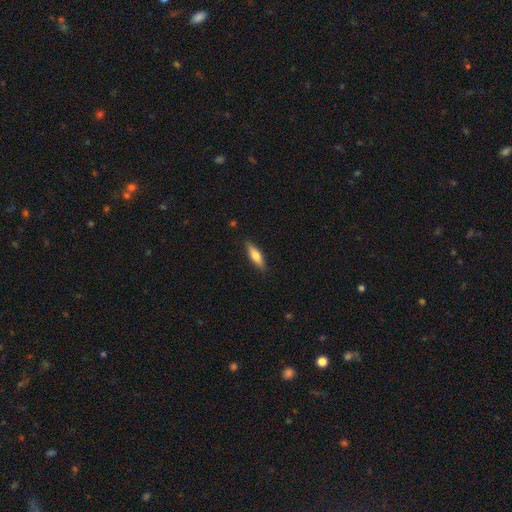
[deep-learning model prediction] smooth-or-featured: smooth: 67% | featured or disk: 27% | star or artifact: 6%
  how-rounded: cigar-shaped: 58% | in between: 40% | round: 2%
  merging: none: 87% | minor disturbance: 10% | major disturbance: 2% | merger: 1%